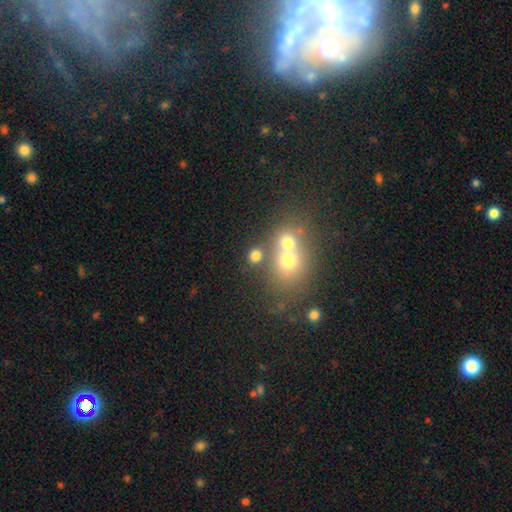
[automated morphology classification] This appears to be a smooth galaxy with no disk features (72%) that is round (72%). Merging: none (53%).